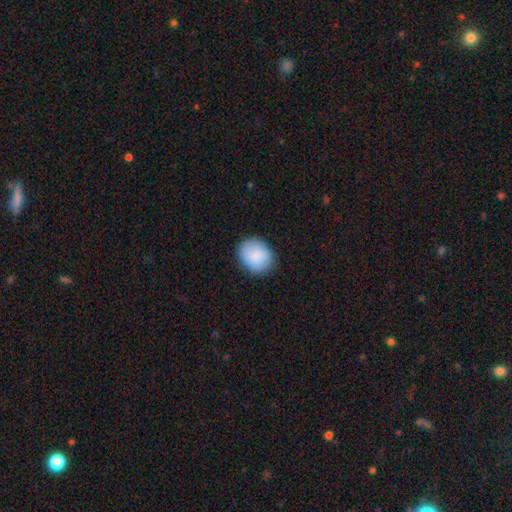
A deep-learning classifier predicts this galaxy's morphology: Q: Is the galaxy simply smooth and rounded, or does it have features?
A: smooth — 86%.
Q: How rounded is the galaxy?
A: round — 63%.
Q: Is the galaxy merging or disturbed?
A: none — 82%.